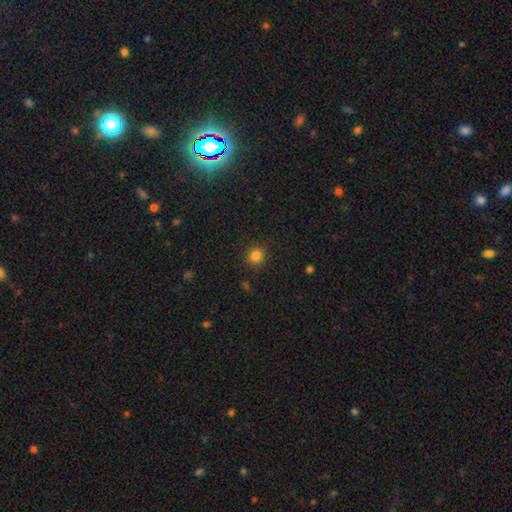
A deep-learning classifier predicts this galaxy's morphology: A smooth galaxy with no disk features (83%) that is round (92%). Merging: none (90%).